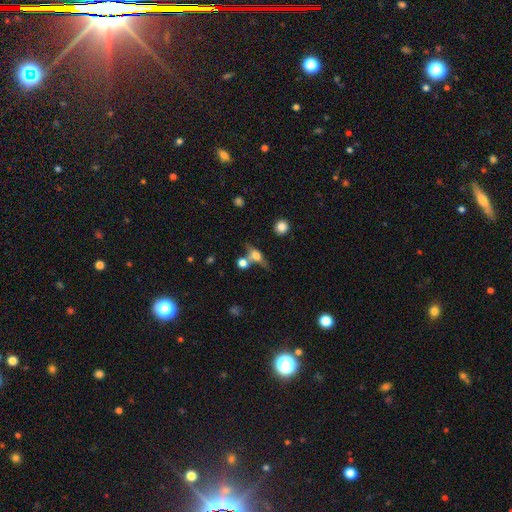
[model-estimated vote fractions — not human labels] smooth_or_featured: featured or disk (p=0.50) [alt: smooth p=0.39]
disk_edge_on: yes (p=0.83) [alt: no p=0.17]
merging: none (p=0.54) [alt: merger p=0.24]